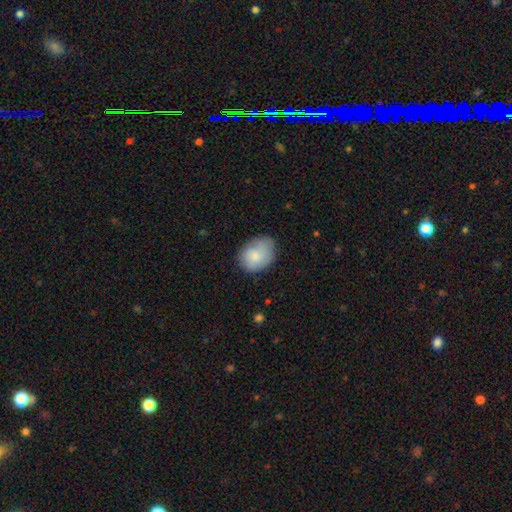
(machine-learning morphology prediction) A smooth galaxy with no disk features (81%) that is in between round and cigar-shaped (64%). Merging: none (65%).